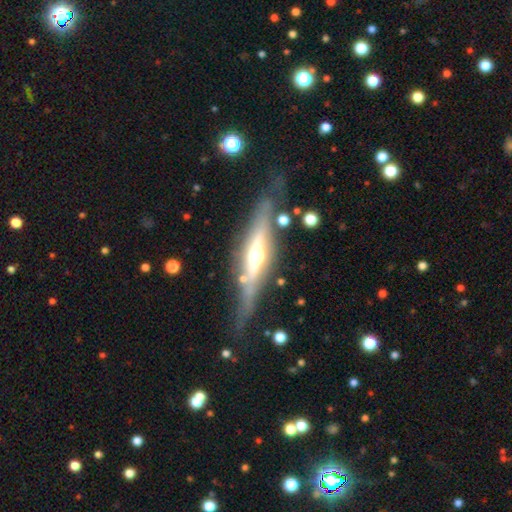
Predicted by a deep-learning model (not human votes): Overall: featured or disk (78%). Edge-on disk: yes (90%). Edge-on bulge: rounded (85%). Merging: none (72%).